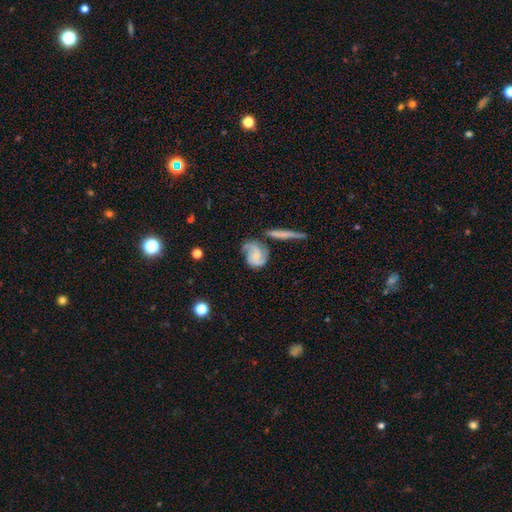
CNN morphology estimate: featured or disk 76%, smooth 18%, star or artifact 6%. Down the decision tree: edge-on disk — no (96%); bar — no (68%); spiral arms — yes (94%); spiral arm count — 2 (70%); spiral winding — medium (47%); bulge size — small (59%); merging — none (53%).